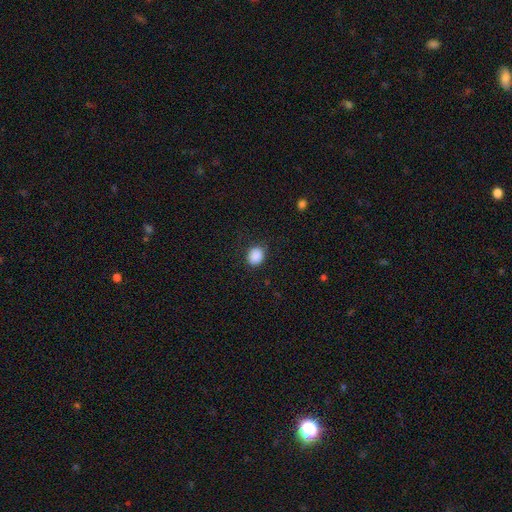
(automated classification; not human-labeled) Morphology: type=smooth (88%); roundness=round (59%); merging=none (83%).